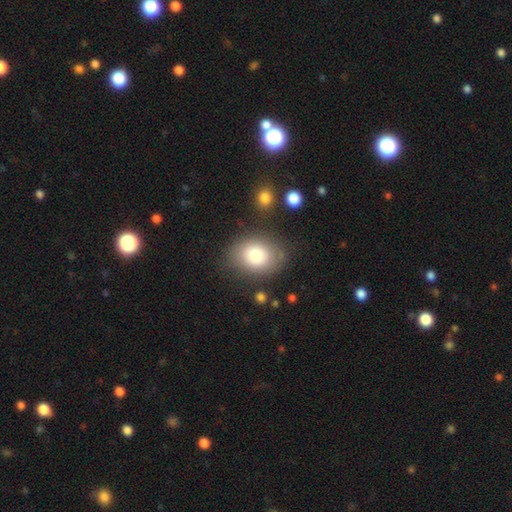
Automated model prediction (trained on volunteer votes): Q: Smooth or featured?
A: smooth (80%); runner-up: featured or disk (12%)
Q: How rounded?
A: in between (58%); runner-up: round (41%)
Q: Merging?
A: none (77%); runner-up: minor disturbance (14%)